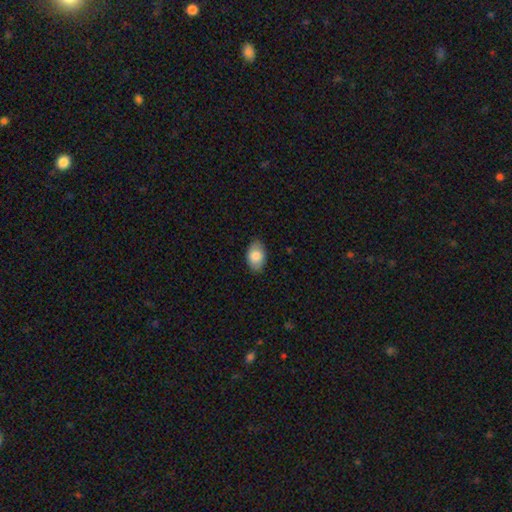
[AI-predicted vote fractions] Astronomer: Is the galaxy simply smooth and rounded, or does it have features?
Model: smooth — 84%.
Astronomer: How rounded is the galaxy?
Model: in between — 91%.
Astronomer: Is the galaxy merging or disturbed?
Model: none — 85%.